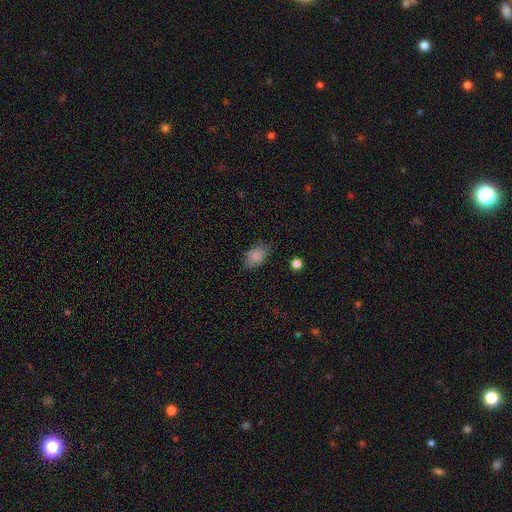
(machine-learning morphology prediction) Smooth or featured? Predicted: smooth (p=0.85). How rounded? Predicted: in between (p=0.86). Merging? Predicted: none (p=0.74).